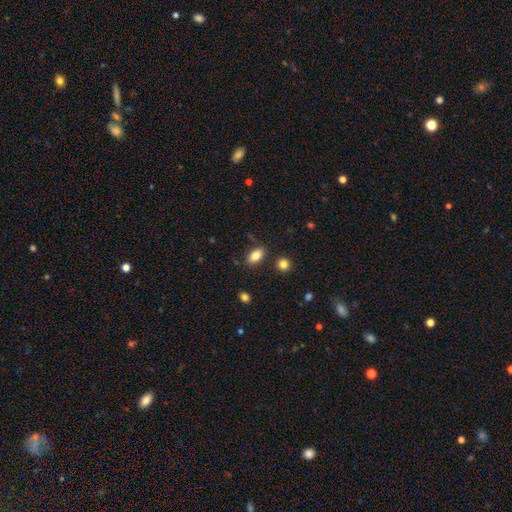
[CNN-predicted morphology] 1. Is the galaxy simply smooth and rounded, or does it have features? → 83% smooth, 9% star or artifact, 8% featured or disk.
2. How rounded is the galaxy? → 90% in between, 7% round, 4% cigar-shaped.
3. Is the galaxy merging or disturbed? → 82% none, 11% minor disturbance, 4% merger, 3% major disturbance.